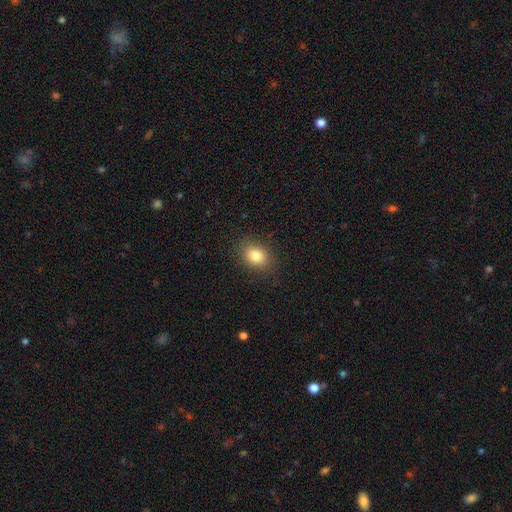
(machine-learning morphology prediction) The model was most divided on "how rounded": in between: 64%, round: 35%, cigar-shaped: 1%. More confident: merging — none (86%); smooth or featured — smooth (84%).